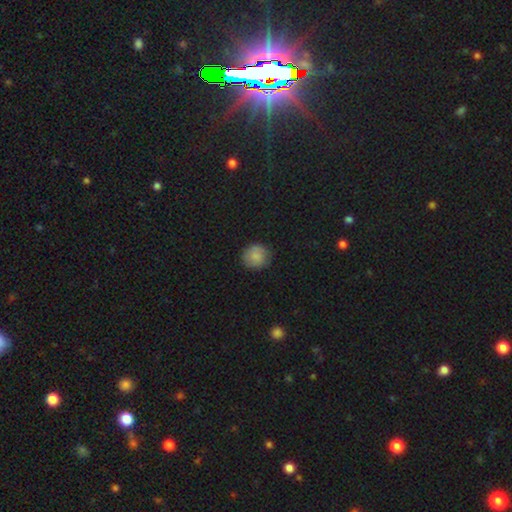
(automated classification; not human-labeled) Overall: smooth (85%). How rounded: round (90%). Merging: none (84%).